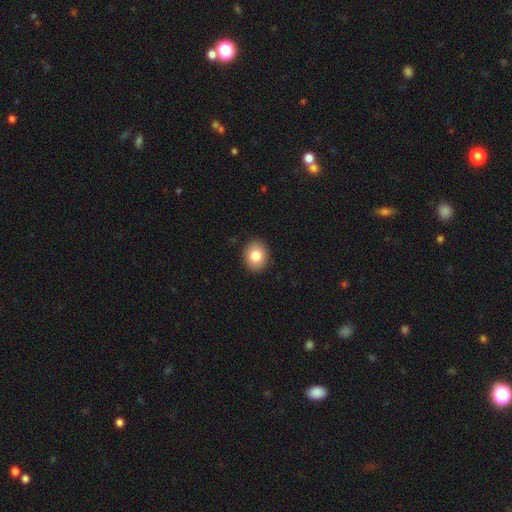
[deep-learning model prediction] Overall: smooth (83%). How rounded: round (60%; in between 39%). Merging: none (91%).